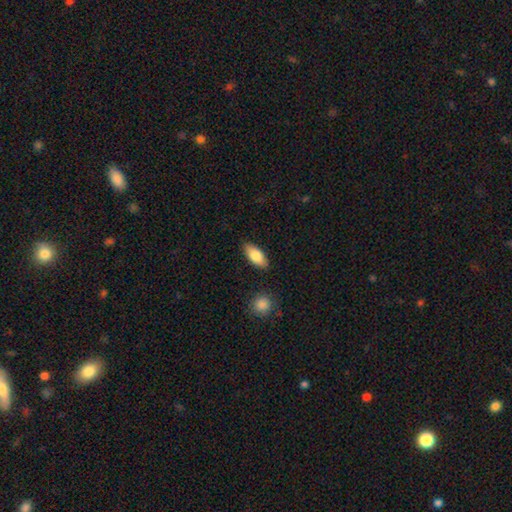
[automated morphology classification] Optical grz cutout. It shows a smooth galaxy with no disk features (82%) that is in between round and cigar-shaped (86%). Merging: none (86%).